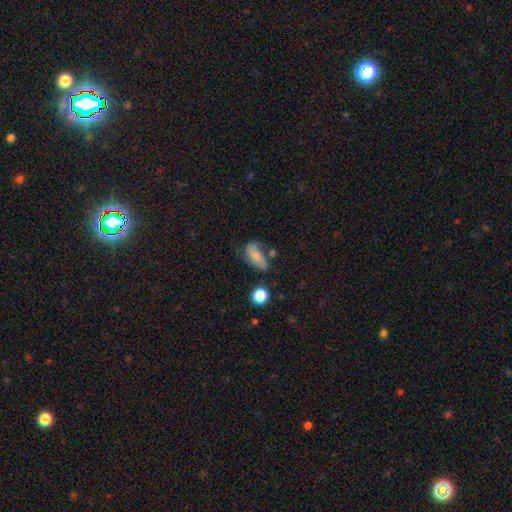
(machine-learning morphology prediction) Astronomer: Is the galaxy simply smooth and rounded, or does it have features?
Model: smooth — 74%.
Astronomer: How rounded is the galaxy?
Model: in between — 77%.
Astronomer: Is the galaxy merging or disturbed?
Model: none — 45% (runner-up: minor disturbance, 30%).